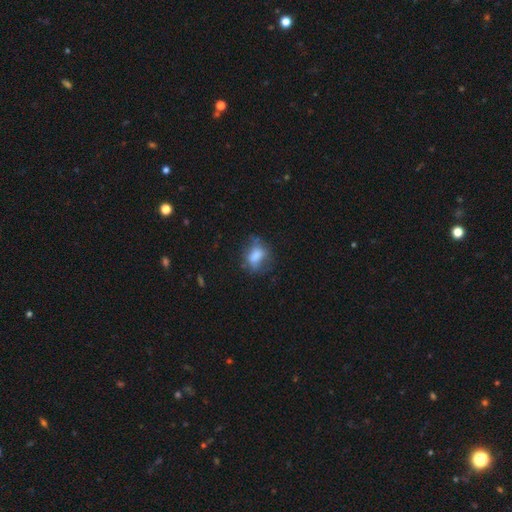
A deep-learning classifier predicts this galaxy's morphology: This appears to be a smooth galaxy with no disk features (68%) that is in between round and cigar-shaped (69%). Merging: none (49%).